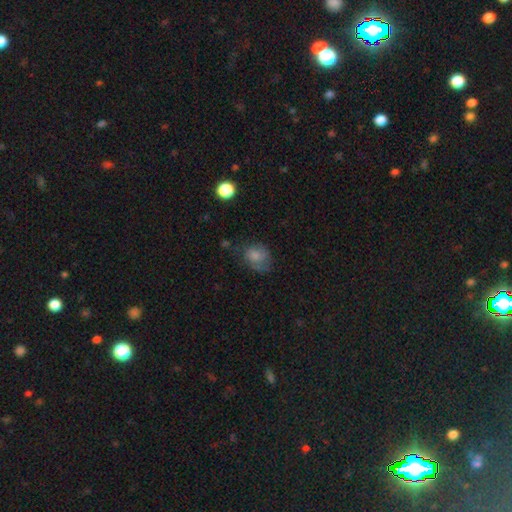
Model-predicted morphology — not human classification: A smooth galaxy with no disk features (71%) that is round (51%). Merging: none (47%).